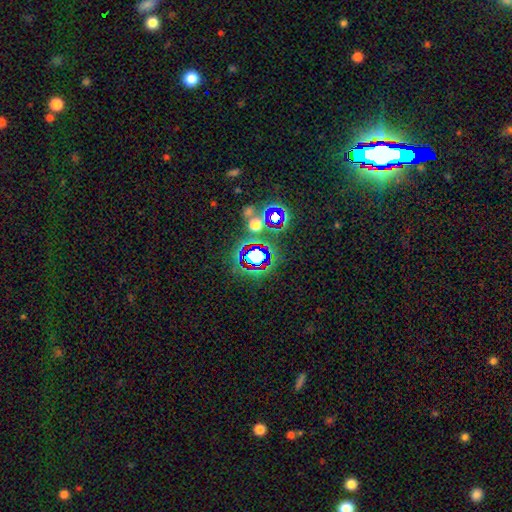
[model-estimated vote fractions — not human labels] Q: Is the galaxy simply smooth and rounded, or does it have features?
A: star or artifact — 65%.